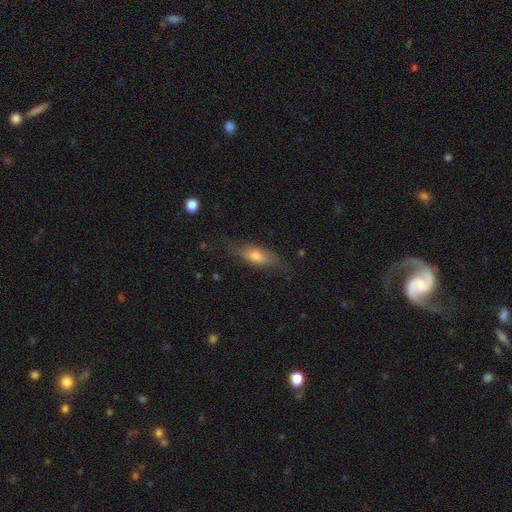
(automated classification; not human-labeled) Overall: smooth (54%; featured or disk 37%). How rounded: in between (50%; cigar-shaped 46%). Merging: none (72%).